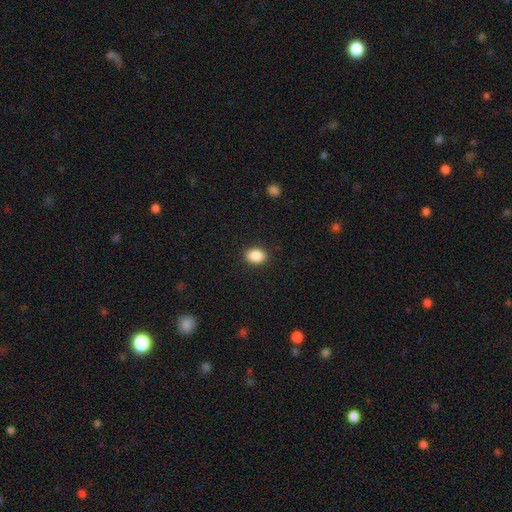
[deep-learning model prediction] Morphology: type=smooth (89%); roundness=in between (72%); merging=none (90%).